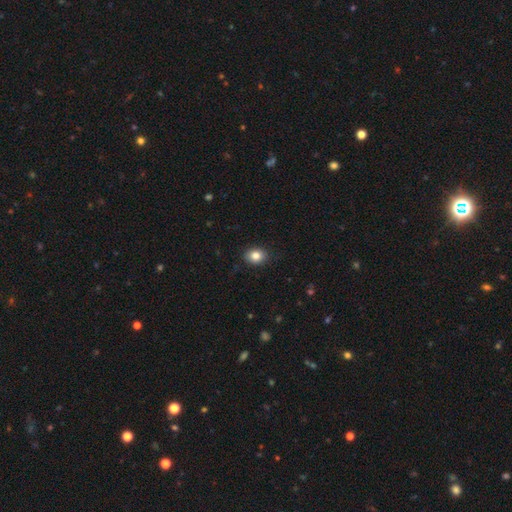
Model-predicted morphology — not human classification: Smooth or featured: smooth — 84% (star or artifact — 10%)
How rounded: in between — 53% (round — 46%)
Merging: none — 87% (minor disturbance — 10%)